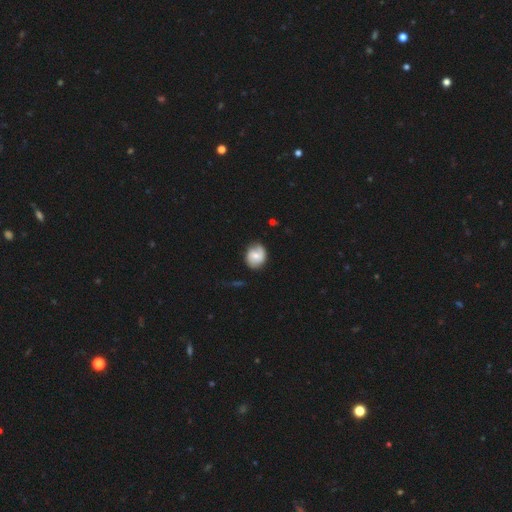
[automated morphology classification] smooth_or_featured: smooth (p=0.50) [alt: featured or disk p=0.42]
how_rounded: round (p=0.63) [alt: in between p=0.37]
merging: none (p=0.71) [alt: minor disturbance p=0.22]